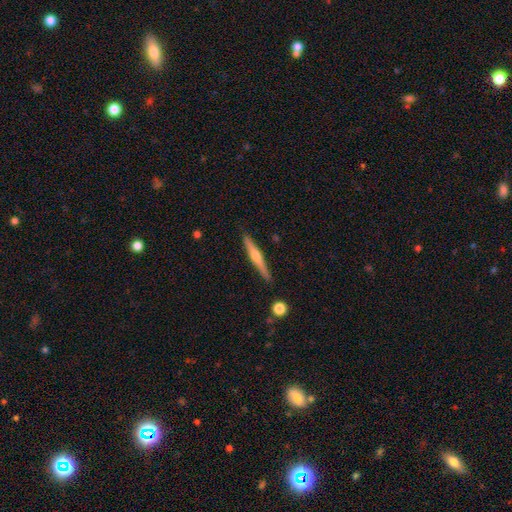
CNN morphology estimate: A featured or disk galaxy (68%) viewed edge-on (98%) with a rounded central bulge (87%). Merging: none (89%).